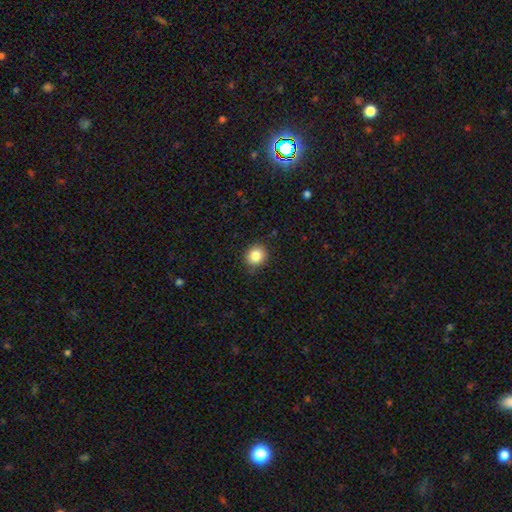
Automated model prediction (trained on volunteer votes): smooth 85%, star or artifact 10%, featured or disk 5%. Down the decision tree: how rounded — round (80%); merging — none (84%).